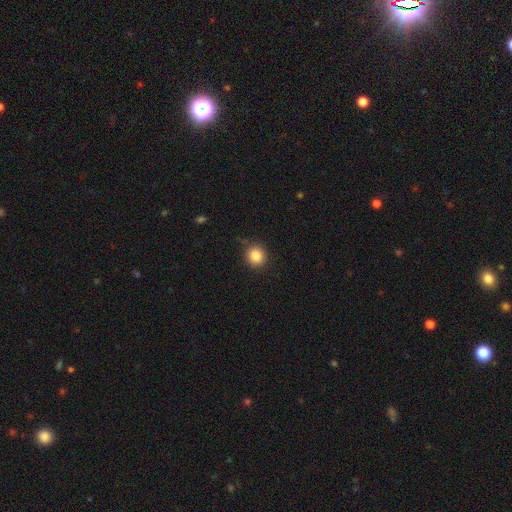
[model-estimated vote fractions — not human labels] A smooth galaxy with no disk features (86%) that is round (88%).

Vote fractions:
- Smooth or featured? smooth: 86% / star or artifact: 10% / featured or disk: 4%
- How rounded? round: 88% / in between: 11% / cigar-shaped: 1%
- Merging? none: 86% / minor disturbance: 10% / major disturbance: 3% / merger: 1%